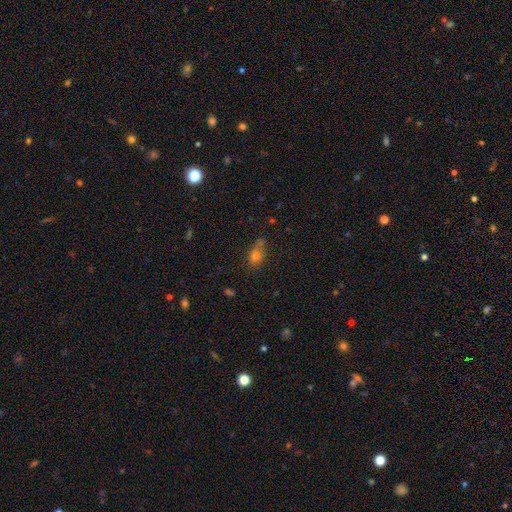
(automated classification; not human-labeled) smooth_or_featured: smooth (p=0.74) [alt: star or artifact p=0.15]
how_rounded: in between (p=0.62) [alt: round p=0.34]
merging: none (p=0.52) [alt: minor disturbance p=0.27]